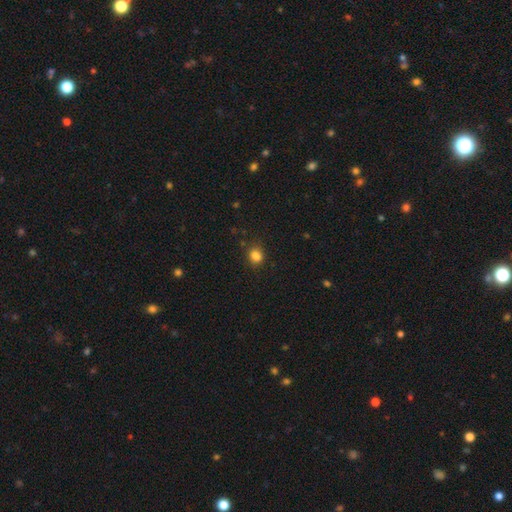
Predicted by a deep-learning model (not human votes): smooth_or_featured: smooth (p=0.83) [alt: star or artifact p=0.12]
how_rounded: round (p=0.63) [alt: in between p=0.36]
merging: none (p=0.77) [alt: minor disturbance p=0.16]